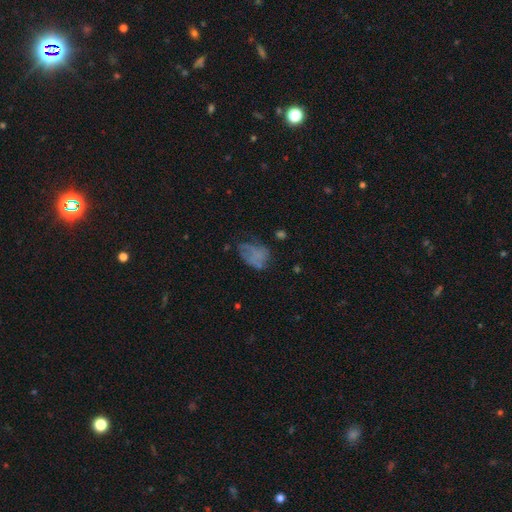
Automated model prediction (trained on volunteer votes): Overall: smooth (51%; featured or disk 34%). How rounded: in between (76%). Merging: none (34%; major disturbance 33%).